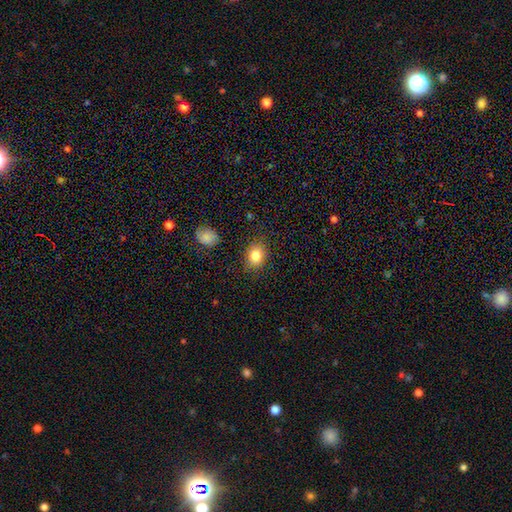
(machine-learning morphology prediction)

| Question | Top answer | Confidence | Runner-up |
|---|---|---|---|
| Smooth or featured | smooth | 83% | star or artifact (10%) |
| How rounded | in between | 55% | round (44%) |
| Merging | none | 84% | minor disturbance (12%) |